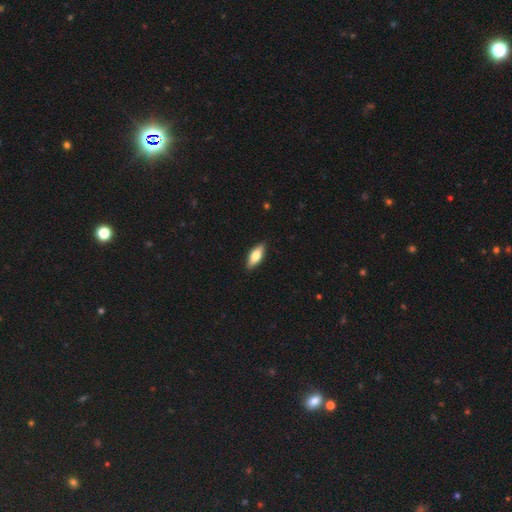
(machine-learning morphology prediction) Smooth or featured? Predicted: smooth (p=0.67). How rounded? Predicted: in between (p=0.72). Merging? Predicted: none (p=0.87).